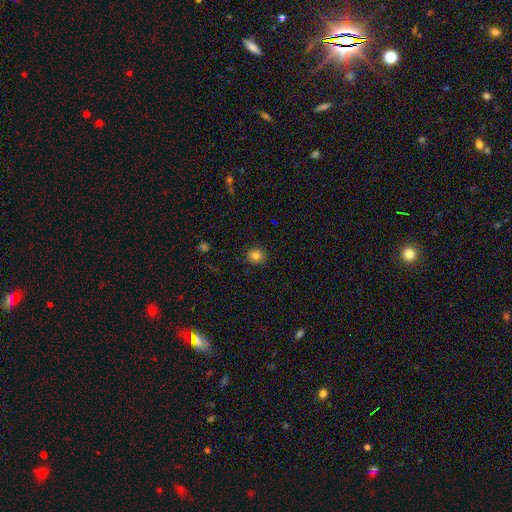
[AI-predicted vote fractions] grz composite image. It shows a smooth galaxy with no disk features (80%) that is round (84%). Merging: none (89%).